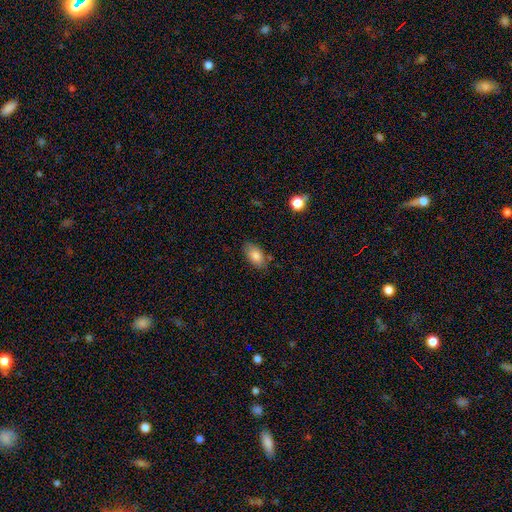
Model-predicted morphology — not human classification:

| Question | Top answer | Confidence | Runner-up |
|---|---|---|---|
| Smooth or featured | smooth | 82% | featured or disk (10%) |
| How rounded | in between | 93% | round (5%) |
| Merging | none | 78% | minor disturbance (16%) |